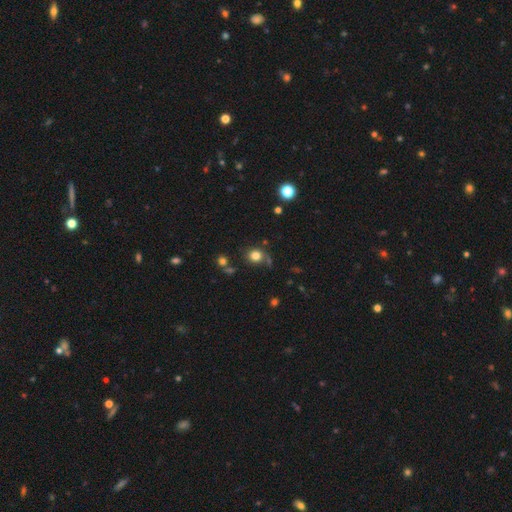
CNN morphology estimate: This appears to be a smooth galaxy with no disk features (80%) that is round (78%). Merging: none (74%).